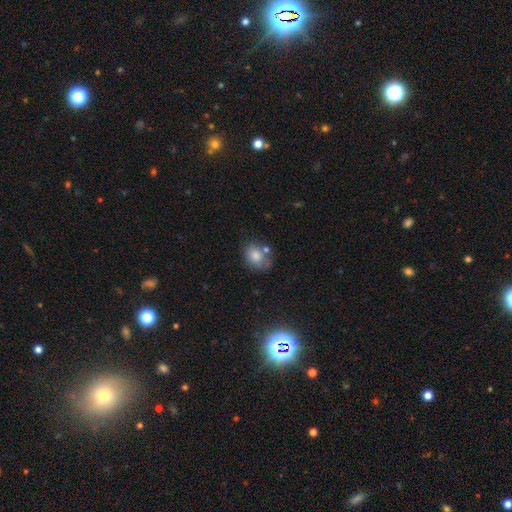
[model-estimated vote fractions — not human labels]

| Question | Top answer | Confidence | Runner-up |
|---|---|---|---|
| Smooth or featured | smooth | 78% | featured or disk (12%) |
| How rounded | in between | 65% | round (33%) |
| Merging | none | 56% | minor disturbance (22%) |